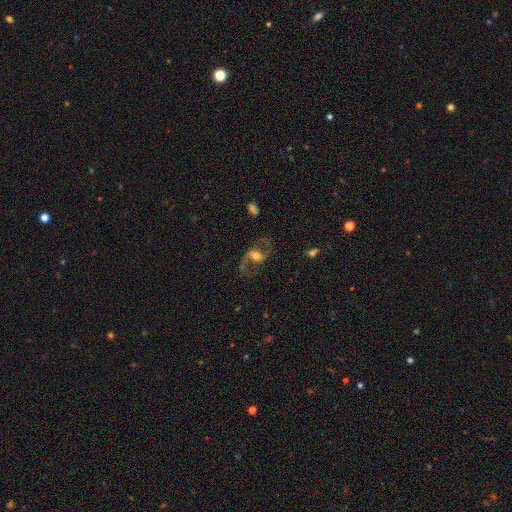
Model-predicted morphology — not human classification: Q: Smooth or featured?
A: featured or disk (84%); runner-up: smooth (9%)
Q: Edge-on disk?
A: no (96%); runner-up: yes (4%)
Q: Bar?
A: weak (39%); runner-up: no (33%)
Q: Spiral arms?
A: yes (92%); runner-up: no (8%)
Q: Spiral winding?
A: loose (57%); runner-up: medium (36%)
Q: Spiral arm count?
A: 2 (90%); runner-up: 1 (4%)
Q: Bulge size?
A: moderate (61%); runner-up: small (29%)
Q: Merging?
A: none (70%); runner-up: minor disturbance (14%)